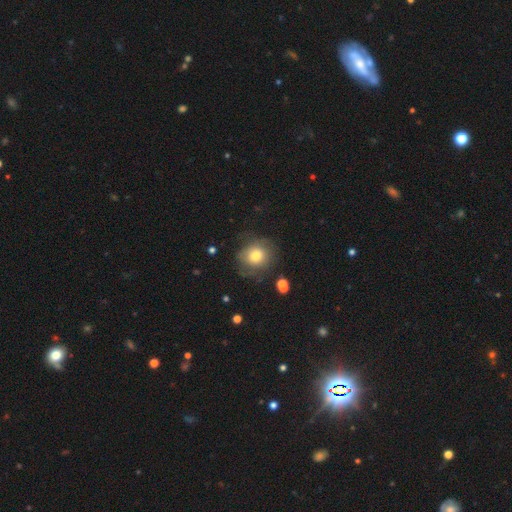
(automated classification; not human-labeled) This is likely a smooth galaxy (70%). How rounded: clearly round (83%). Merging: likely none (68%).